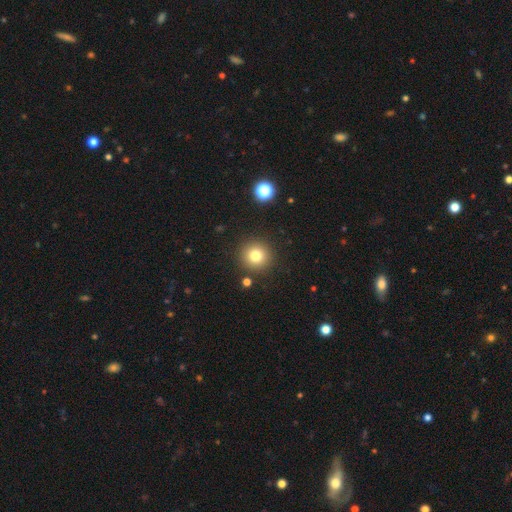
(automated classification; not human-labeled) The model was most divided on "smooth or featured": smooth: 79%, star or artifact: 13%, featured or disk: 8%. More confident: how rounded — round (95%); merging — none (90%).